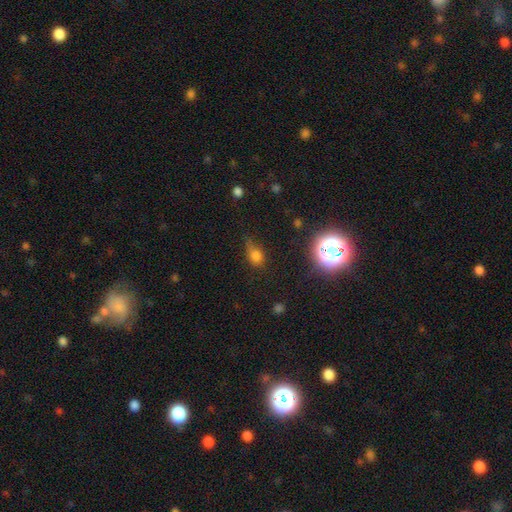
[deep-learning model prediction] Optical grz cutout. It shows a smooth galaxy with no disk features (68%) that is in between round and cigar-shaped (51%). Merging: none (47%).